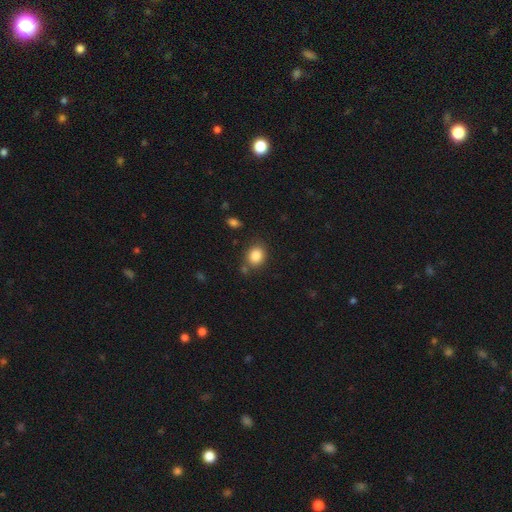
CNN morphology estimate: This appears to be a smooth galaxy with no disk features (85%) that is round (63%). Merging: none (76%).